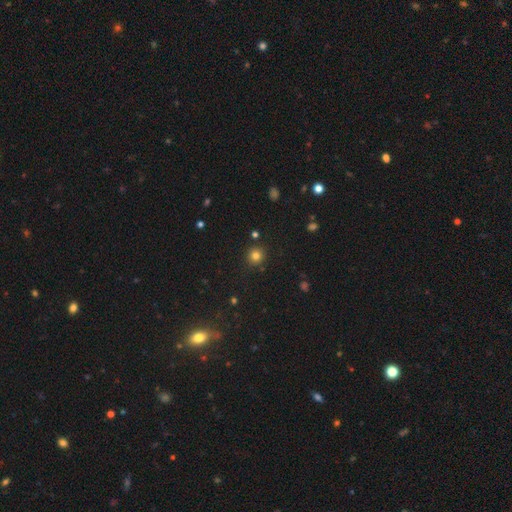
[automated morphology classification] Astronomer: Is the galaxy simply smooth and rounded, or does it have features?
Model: smooth — 79%.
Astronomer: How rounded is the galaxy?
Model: round — 92%.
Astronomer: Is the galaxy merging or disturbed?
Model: none — 88%.